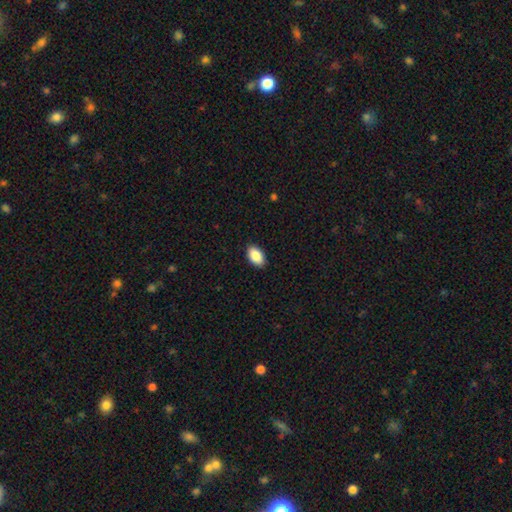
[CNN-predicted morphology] A smooth galaxy with no disk features (88%) that is in between round and cigar-shaped (93%).

Vote fractions:
- Smooth or featured? smooth: 88% / star or artifact: 7% / featured or disk: 5%
- How rounded? in between: 93% / round: 6% / cigar-shaped: 1%
- Merging? none: 89% / minor disturbance: 8% / major disturbance: 2% / merger: 1%